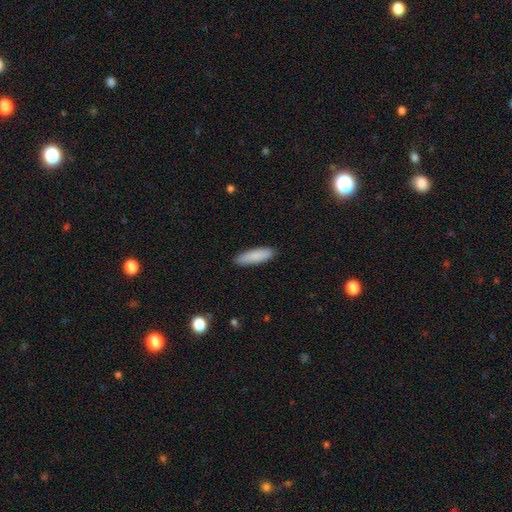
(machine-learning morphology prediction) This appears to be a smooth galaxy with no disk features (87%) that is cigar-shaped (60%). Merging: none (89%).